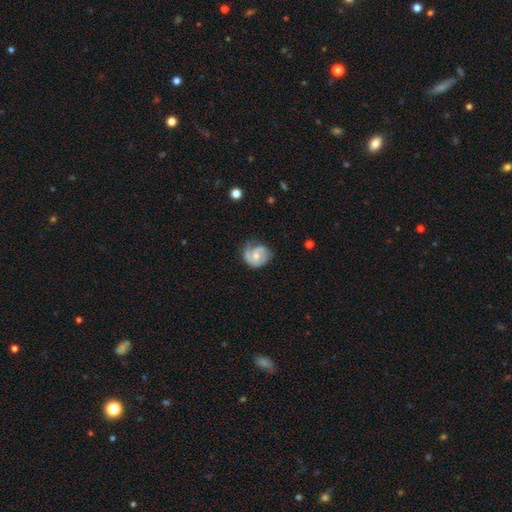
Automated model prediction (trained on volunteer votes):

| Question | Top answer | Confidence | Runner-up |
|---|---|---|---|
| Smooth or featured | featured or disk | 75% | smooth (19%) |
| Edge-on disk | no | 98% | yes (2%) |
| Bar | no | 59% | weak (34%) |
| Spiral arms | yes | 92% | no (8%) |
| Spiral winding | tight | 44% | medium (40%) |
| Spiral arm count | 2 | 58% | 1 (26%) |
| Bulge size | moderate | 48% | small (45%) |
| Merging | none | 58% | minor disturbance (26%) |